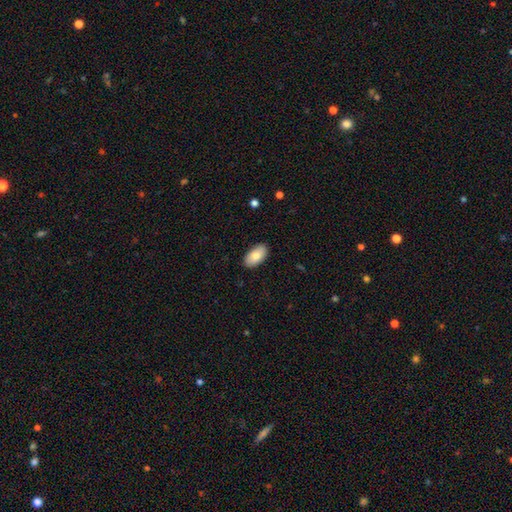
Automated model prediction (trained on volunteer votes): This is clearly a smooth galaxy (81%). How rounded: clearly in between (95%). Merging: clearly none (88%).